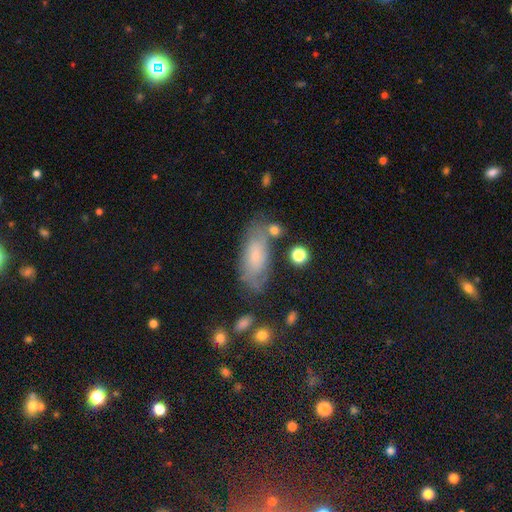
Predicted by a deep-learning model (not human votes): The model was most divided on "smooth or featured": smooth: 58%, featured or disk: 34%, star or artifact: 8%. More confident: how rounded — in between (82%); merging — none (60%).